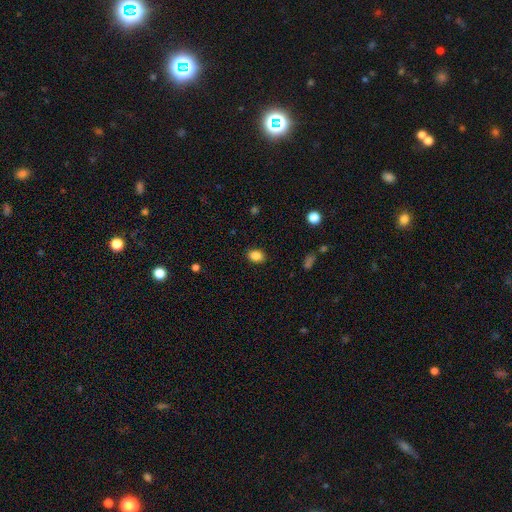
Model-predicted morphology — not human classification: Q: Smooth or featured?
A: smooth (86%); runner-up: star or artifact (10%)
Q: How rounded?
A: in between (66%); runner-up: round (33%)
Q: Merging?
A: none (88%); runner-up: minor disturbance (8%)